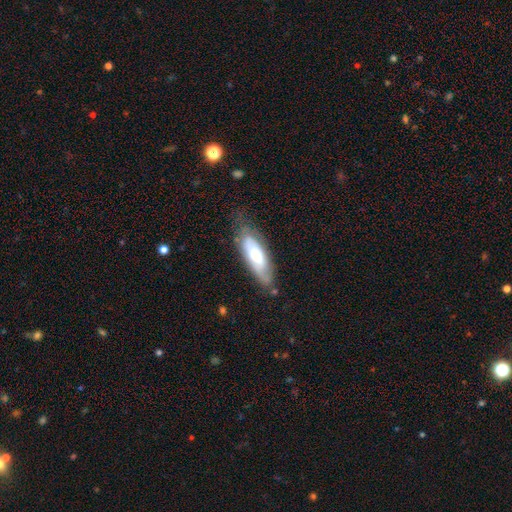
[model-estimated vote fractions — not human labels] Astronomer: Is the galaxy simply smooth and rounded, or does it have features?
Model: smooth — 48% (runner-up: featured or disk, 46%).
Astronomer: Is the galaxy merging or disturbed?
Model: none — 64%.